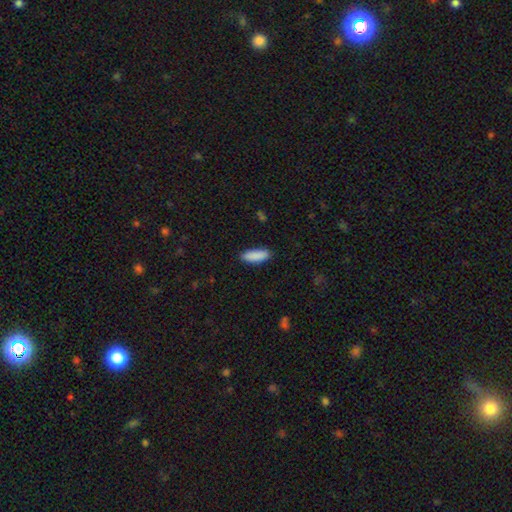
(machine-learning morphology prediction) The model was most divided on "how rounded": in between: 67%, cigar-shaped: 31%, round: 2%. More confident: smooth or featured — smooth (90%); merging — none (87%).